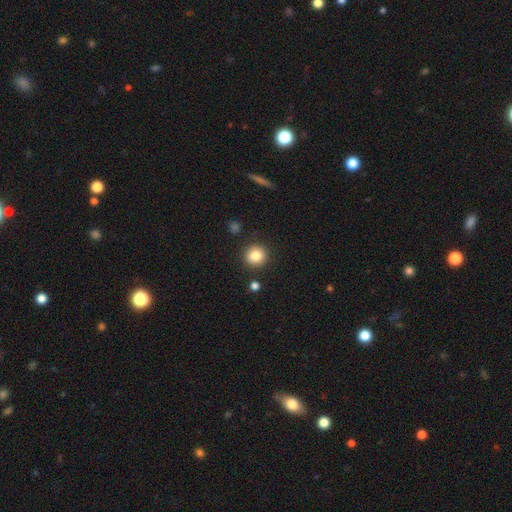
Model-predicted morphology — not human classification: smooth 84%, star or artifact 10%, featured or disk 6%. Down the decision tree: how rounded — round (92%); merging — none (88%).